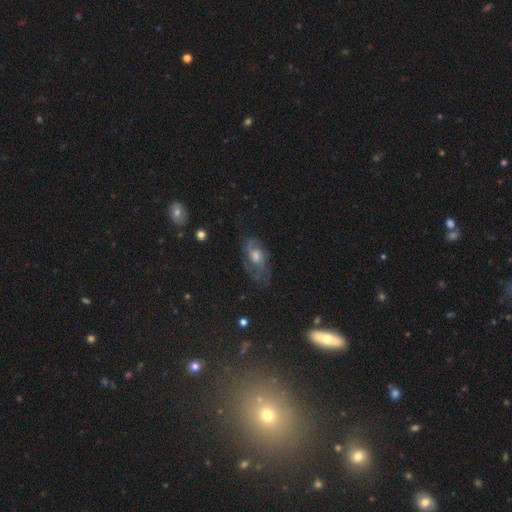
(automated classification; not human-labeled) Morphology: type=featured or disk (67%); edge-on=no (92%); bar=no (69%); spiral arms=yes (84%); winding=medium (43%); arm count=can't tell (41%); bulge=moderate (61%); merging=none (63%).